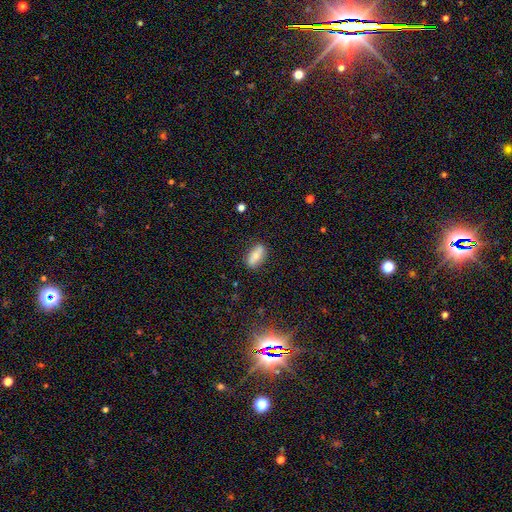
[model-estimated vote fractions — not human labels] Q: Smooth or featured?
A: smooth (66%); runner-up: featured or disk (26%)
Q: How rounded?
A: in between (81%); runner-up: cigar-shaped (15%)
Q: Merging?
A: none (80%); runner-up: minor disturbance (14%)